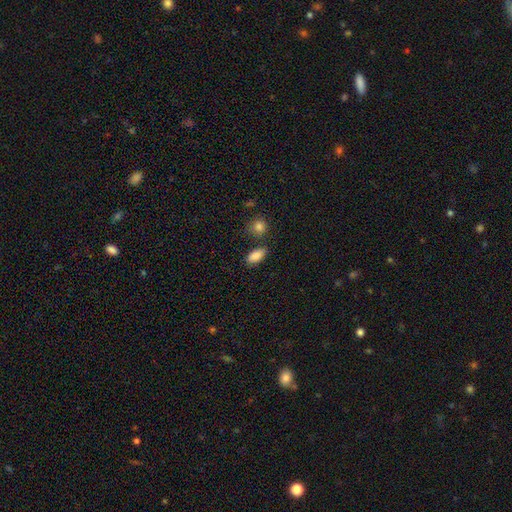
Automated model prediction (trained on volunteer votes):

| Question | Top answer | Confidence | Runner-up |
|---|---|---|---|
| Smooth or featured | smooth | 88% | star or artifact (8%) |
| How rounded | in between | 89% | cigar-shaped (6%) |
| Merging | none | 77% | minor disturbance (14%) |